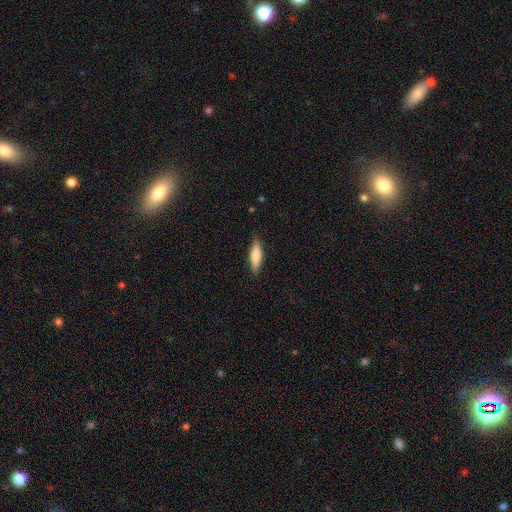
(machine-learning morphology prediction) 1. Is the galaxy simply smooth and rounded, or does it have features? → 74% smooth, 20% featured or disk, 6% star or artifact.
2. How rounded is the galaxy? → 56% cigar-shaped, 42% in between, 2% round.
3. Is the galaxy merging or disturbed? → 88% none, 9% minor disturbance, 2% major disturbance, 1% merger.